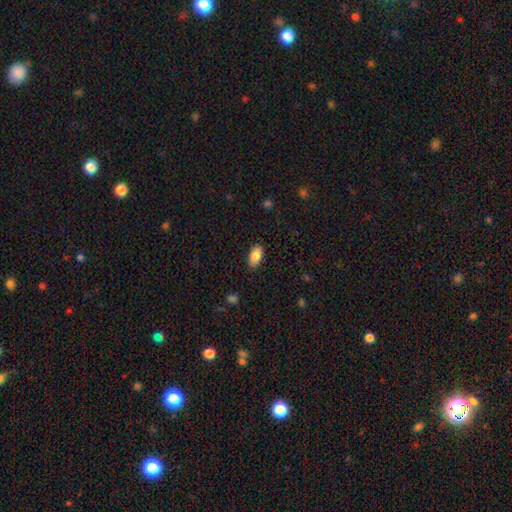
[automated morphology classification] A smooth galaxy with no disk features (87%) that is in between round and cigar-shaped (93%). Merging: none (84%).